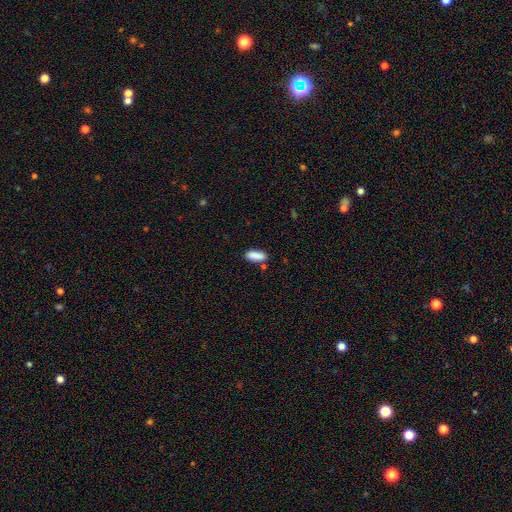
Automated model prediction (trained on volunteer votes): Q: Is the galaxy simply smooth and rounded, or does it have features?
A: smooth — 89%.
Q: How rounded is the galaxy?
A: in between — 77%.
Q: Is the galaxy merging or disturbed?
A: none — 78%.